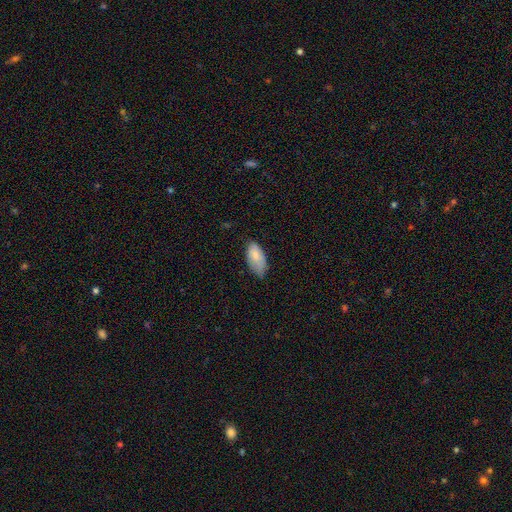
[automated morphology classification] The model was most divided on "merging": none: 55%, minor disturbance: 37%, major disturbance: 7%, merger: 1%. More confident: how rounded — in between (92%); smooth or featured — smooth (83%).